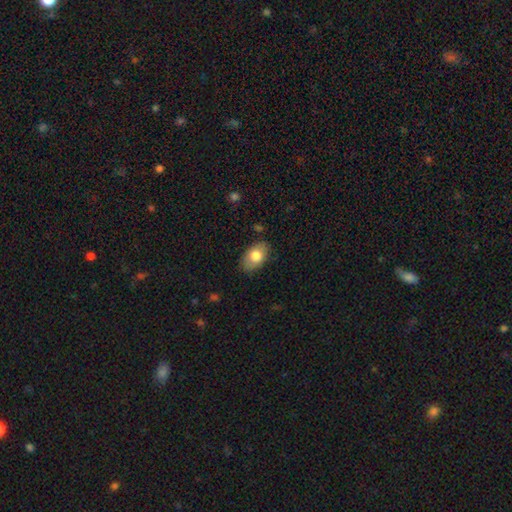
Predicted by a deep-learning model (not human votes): smooth 76%, featured or disk 17%, star or artifact 7%. Down the decision tree: how rounded — in between (91%); merging — none (82%).